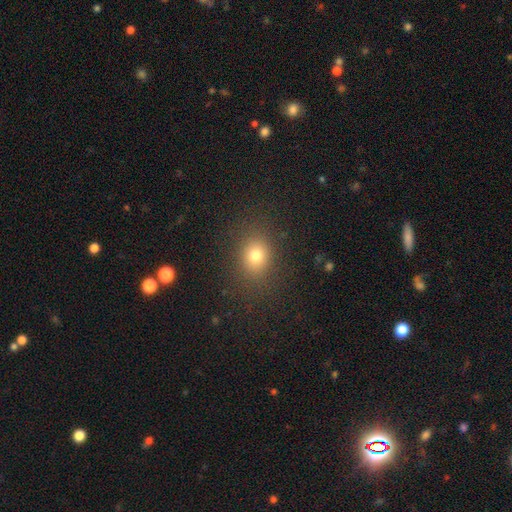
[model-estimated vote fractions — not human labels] smooth_or_featured: smooth (p=0.77) [alt: star or artifact p=0.15]
how_rounded: round (p=0.59) [alt: in between p=0.40]
merging: none (p=0.85) [alt: minor disturbance p=0.10]